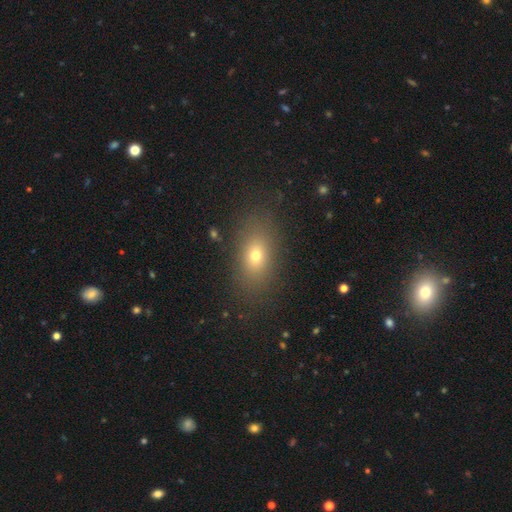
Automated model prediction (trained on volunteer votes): Overall: smooth (69%). How rounded: in between (77%). Merging: none (85%).